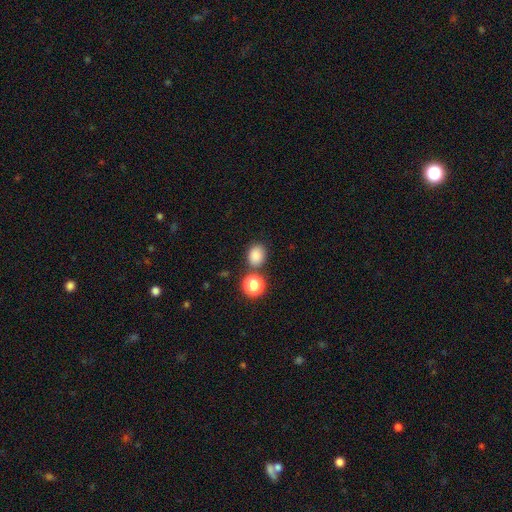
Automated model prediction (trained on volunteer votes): Morphology: type=smooth (83%); roundness=round (52%); merging=none (76%).